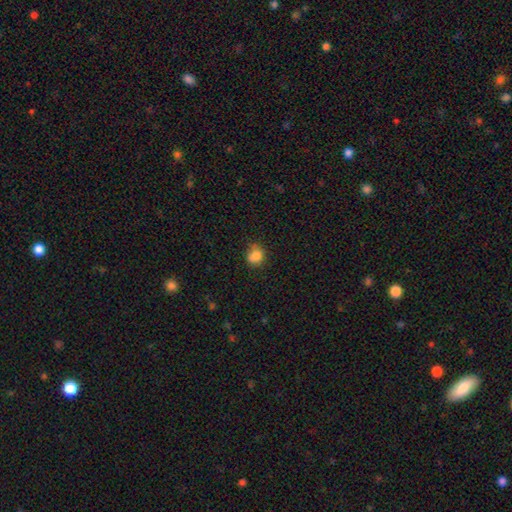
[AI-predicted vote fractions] smooth-or-featured: smooth: 83% | star or artifact: 11% | featured or disk: 6%
  how-rounded: round: 73% | in between: 26% | cigar-shaped: 1%
  merging: none: 63% | minor disturbance: 26% | major disturbance: 6% | merger: 5%